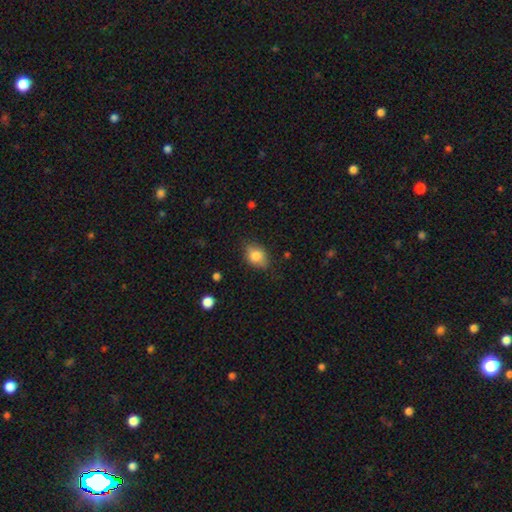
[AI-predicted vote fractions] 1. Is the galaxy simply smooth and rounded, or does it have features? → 79% smooth, 12% featured or disk, 9% star or artifact.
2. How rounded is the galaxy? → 68% in between, 30% round, 2% cigar-shaped.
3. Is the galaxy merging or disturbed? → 75% none, 20% minor disturbance, 4% major disturbance, 1% merger.